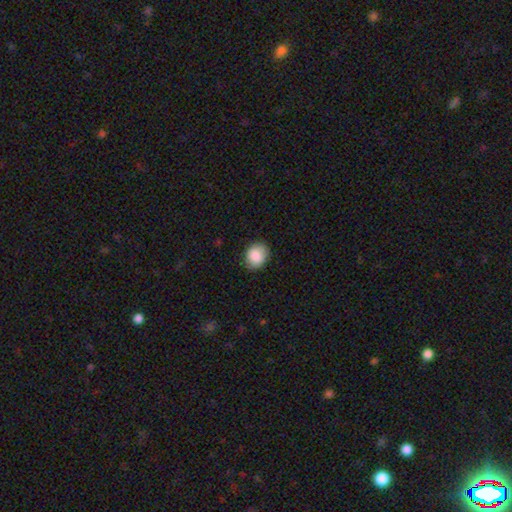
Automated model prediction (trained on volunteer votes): smooth 87%, star or artifact 7%, featured or disk 6%. Down the decision tree: how rounded — round (61%); merging — none (82%).